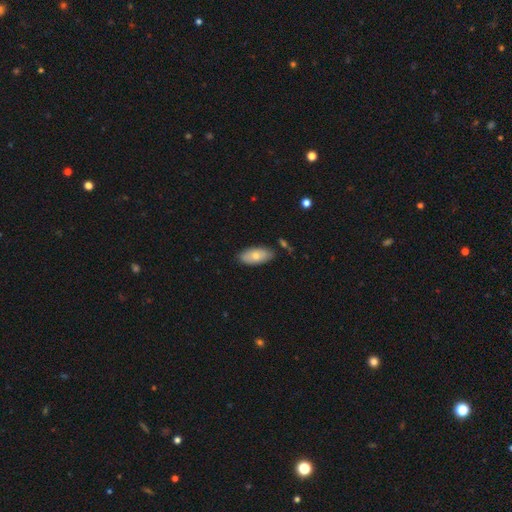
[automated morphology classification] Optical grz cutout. It shows a smooth galaxy with no disk features (72%) that is in between round and cigar-shaped (92%). Merging: none (81%).